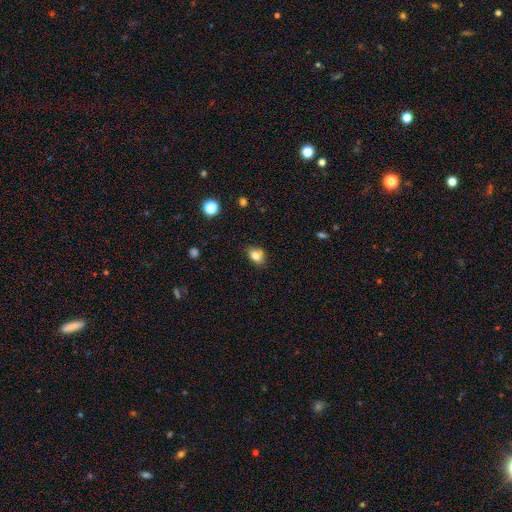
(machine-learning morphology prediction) This appears to be a smooth galaxy with no disk features (77%) that is in between round and cigar-shaped (68%). Merging: none (58%).